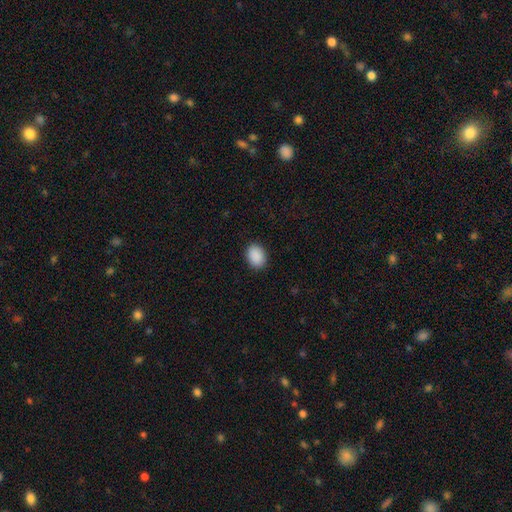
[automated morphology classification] smooth-or-featured: smooth: 91% | star or artifact: 7% | featured or disk: 2%
  how-rounded: in between: 67% | round: 32% | cigar-shaped: 1%
  merging: none: 90% | minor disturbance: 7% | major disturbance: 2% | merger: 1%